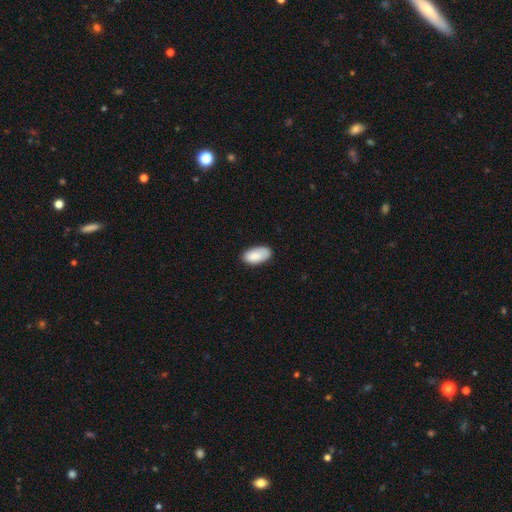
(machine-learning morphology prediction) This is clearly a smooth galaxy (88%). How rounded: clearly in between (95%). Merging: likely none (79%).